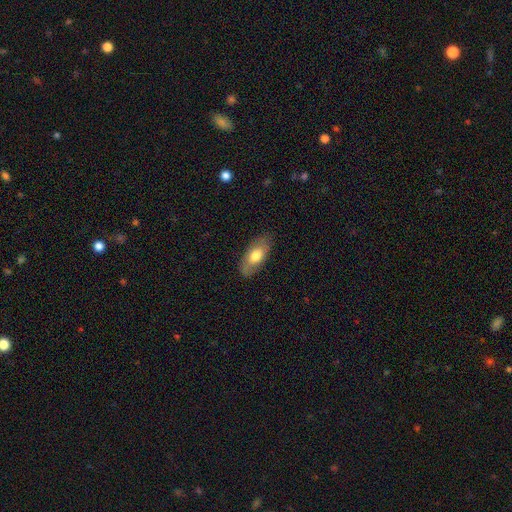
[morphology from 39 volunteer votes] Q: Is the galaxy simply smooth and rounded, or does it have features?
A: smooth — 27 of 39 (69%).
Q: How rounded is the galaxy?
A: in between — 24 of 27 (89%).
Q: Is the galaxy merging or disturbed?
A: none — 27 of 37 (73%).